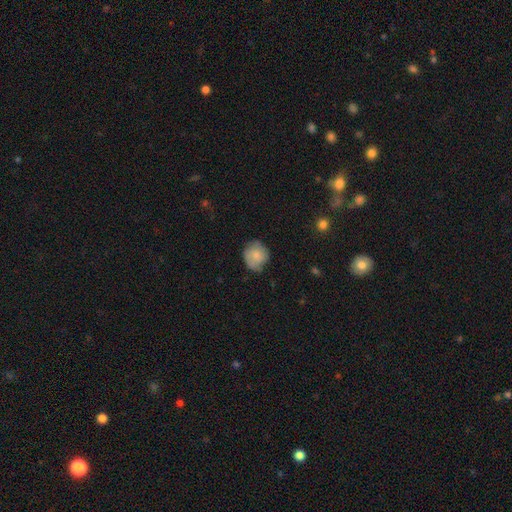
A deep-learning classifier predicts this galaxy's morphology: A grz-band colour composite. It shows a smooth galaxy with no disk features (70%) that is round (80%). Merging: none (64%).